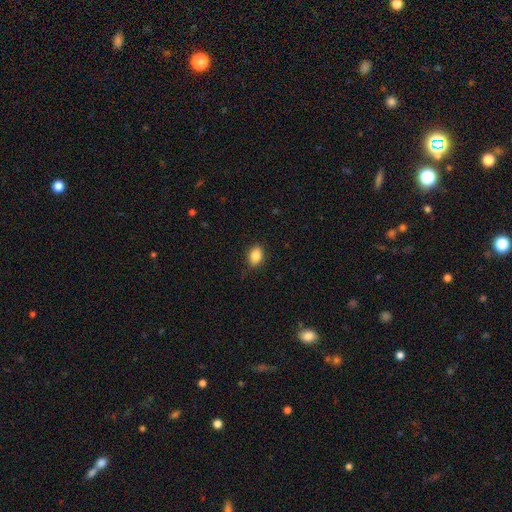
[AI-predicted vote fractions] Smooth or featured? smooth (87%)
How rounded? in between (79%)
Merging? none (85%)